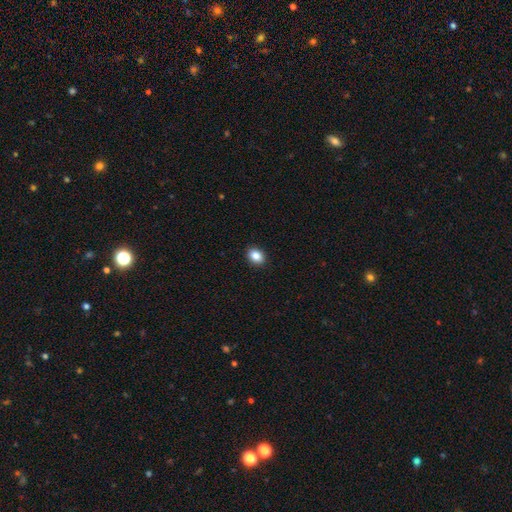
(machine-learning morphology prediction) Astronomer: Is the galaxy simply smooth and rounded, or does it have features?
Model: smooth — 87%.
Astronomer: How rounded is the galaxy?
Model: in between — 66%.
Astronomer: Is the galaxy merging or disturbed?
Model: none — 91%.